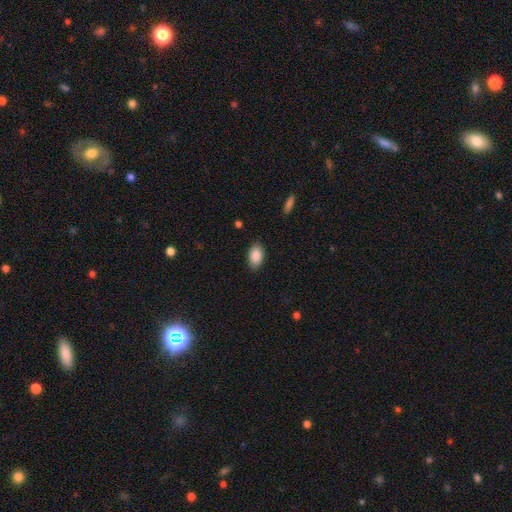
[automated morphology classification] type=smooth (89%); roundness=in between (93%); merging=none (87%).